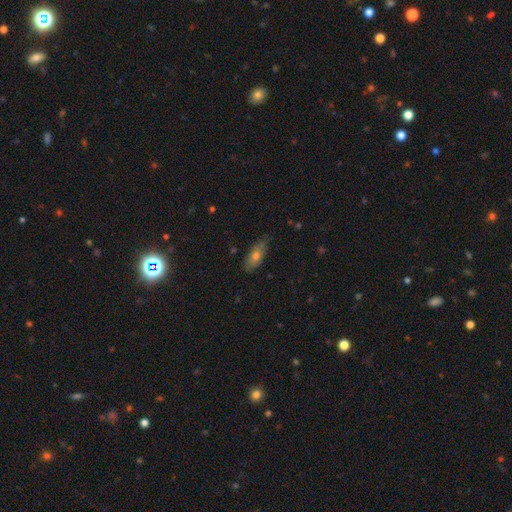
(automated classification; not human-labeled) smooth 61%, featured or disk 29%, star or artifact 10%. Down the decision tree: how rounded — in between (70%); merging — none (78%).